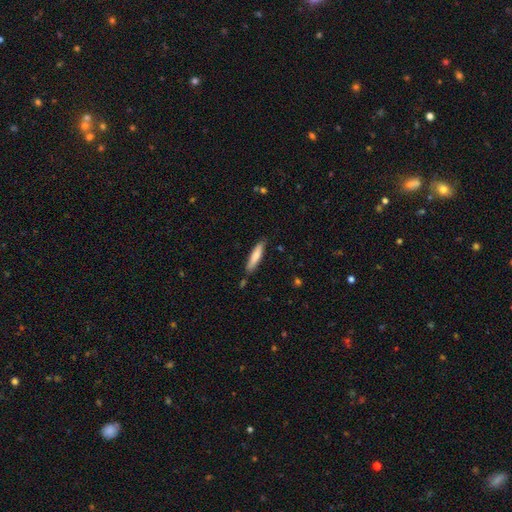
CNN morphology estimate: Smooth or featured? Predicted: smooth (p=0.77). How rounded? Predicted: cigar-shaped (p=0.83). Merging? Predicted: none (p=0.82).